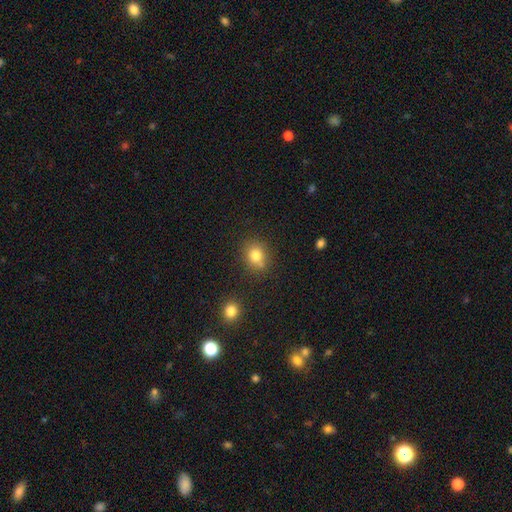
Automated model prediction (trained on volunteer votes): Overall: smooth (81%). How rounded: round (63%; in between 35%). Merging: none (75%).